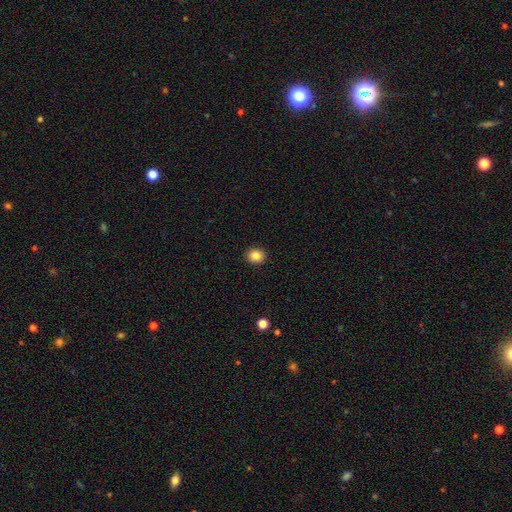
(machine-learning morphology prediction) Smooth or featured?
  - smooth: 85% *
  - star or artifact: 10%
  - featured or disk: 5%
How rounded?
  - round: 67% *
  - in between: 32%
  - cigar-shaped: 1%
Merging?
  - none: 92% *
  - minor disturbance: 5%
  - major disturbance: 2%
  - merger: 1%